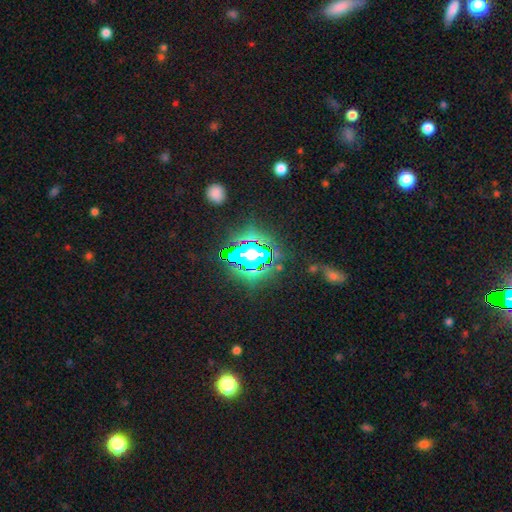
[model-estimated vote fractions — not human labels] star or artifact 80%, smooth 12%, featured or disk 8%.